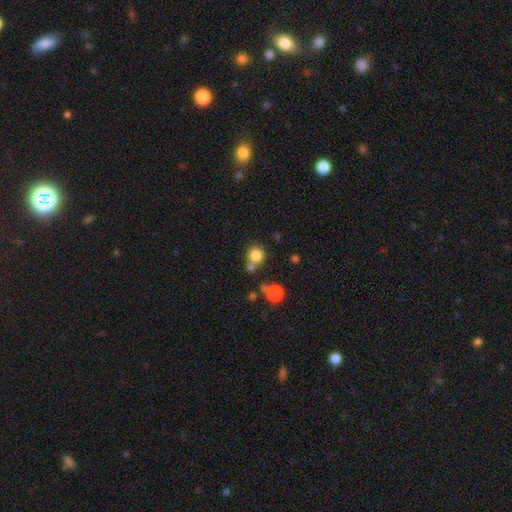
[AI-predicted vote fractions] smooth 82%, star or artifact 12%, featured or disk 6%. Down the decision tree: how rounded — round (90%); merging — none (64%).